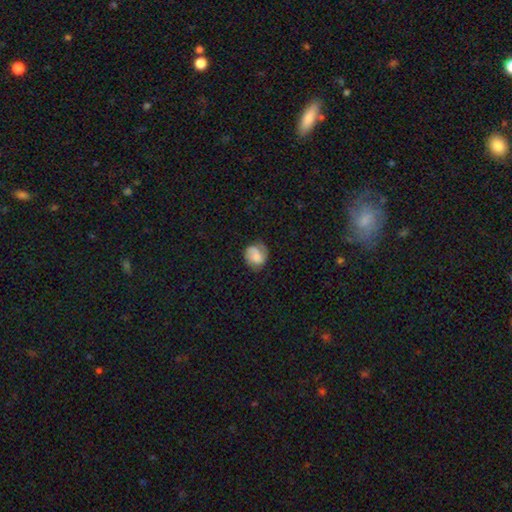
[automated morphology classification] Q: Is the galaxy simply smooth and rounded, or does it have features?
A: smooth — 54%.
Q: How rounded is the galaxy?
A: round — 73%.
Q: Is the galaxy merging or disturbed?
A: none — 64%.